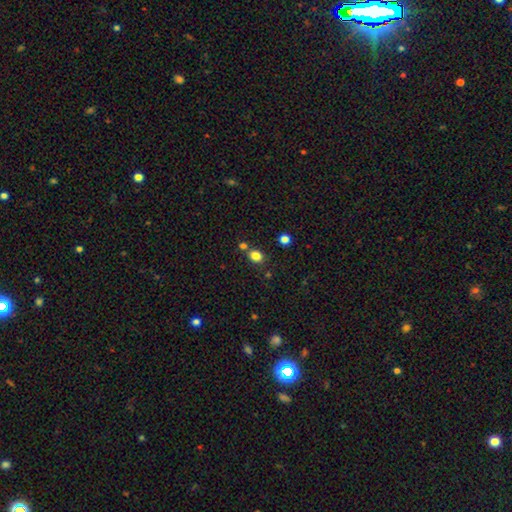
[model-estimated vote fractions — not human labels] Smooth or featured? Predicted: smooth (p=0.82). How rounded? Predicted: in between (p=0.50). Merging? Predicted: none (p=0.72).